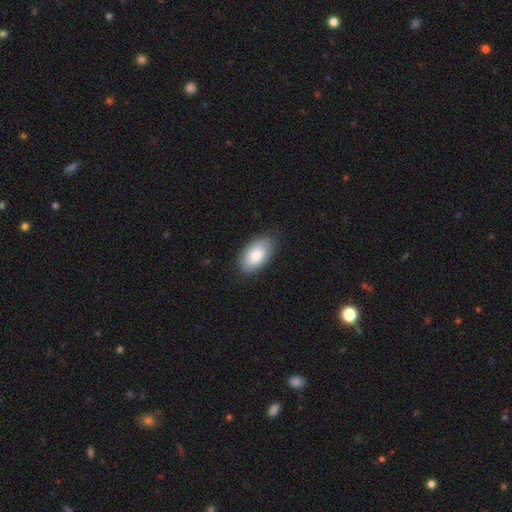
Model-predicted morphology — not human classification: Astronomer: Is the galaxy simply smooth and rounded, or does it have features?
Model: smooth — 79%.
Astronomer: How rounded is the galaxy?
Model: in between — 95%.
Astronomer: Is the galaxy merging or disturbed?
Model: none — 83%.